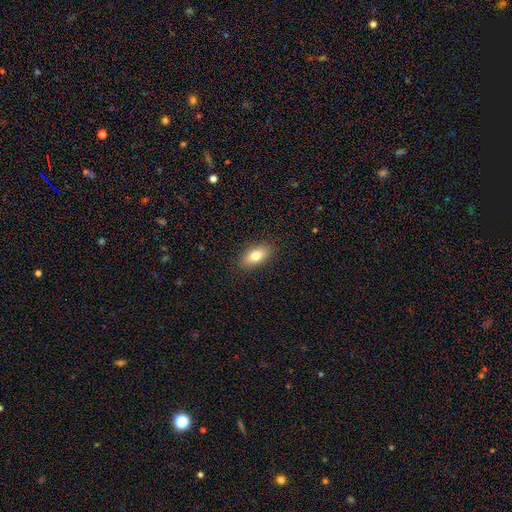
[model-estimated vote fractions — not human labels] smooth 78%, featured or disk 14%, star or artifact 8%. Down the decision tree: how rounded — in between (89%); merging — none (88%).